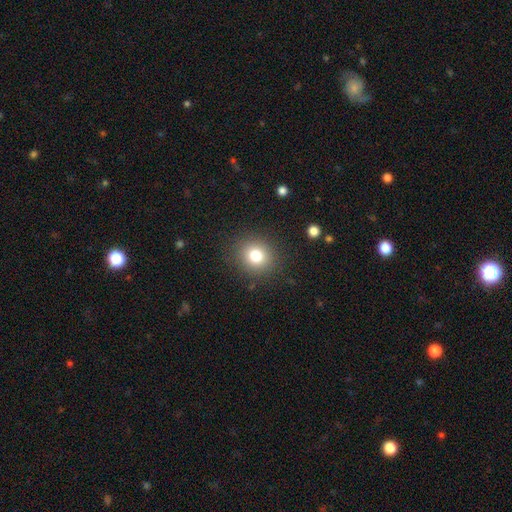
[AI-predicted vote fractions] Q: Smooth or featured?
A: smooth (78%); runner-up: star or artifact (13%)
Q: How rounded?
A: round (84%); runner-up: in between (15%)
Q: Merging?
A: none (88%); runner-up: minor disturbance (7%)